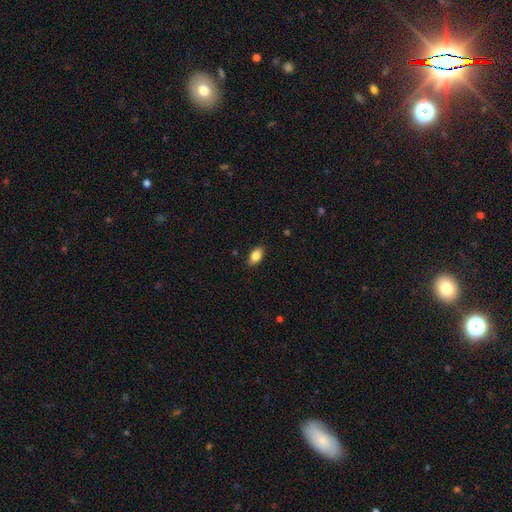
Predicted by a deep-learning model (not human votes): Q: Smooth or featured?
A: smooth (83%); runner-up: featured or disk (9%)
Q: How rounded?
A: in between (91%); runner-up: round (5%)
Q: Merging?
A: none (88%); runner-up: minor disturbance (9%)